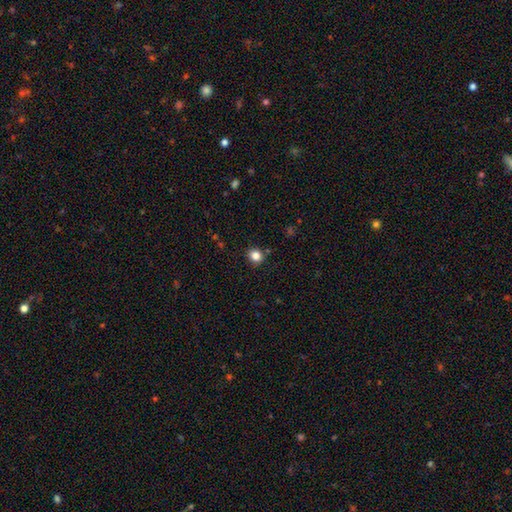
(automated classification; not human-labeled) Smooth or featured? Predicted: smooth (p=0.82). How rounded? Predicted: round (p=0.88). Merging? Predicted: none (p=0.88).